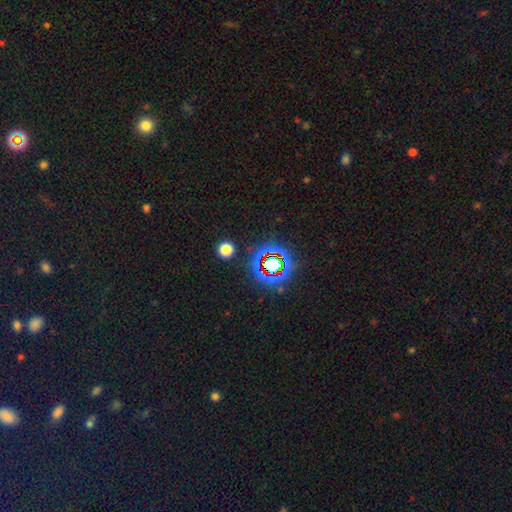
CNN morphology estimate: star or artifact 67%, smooth 20%, featured or disk 13%.